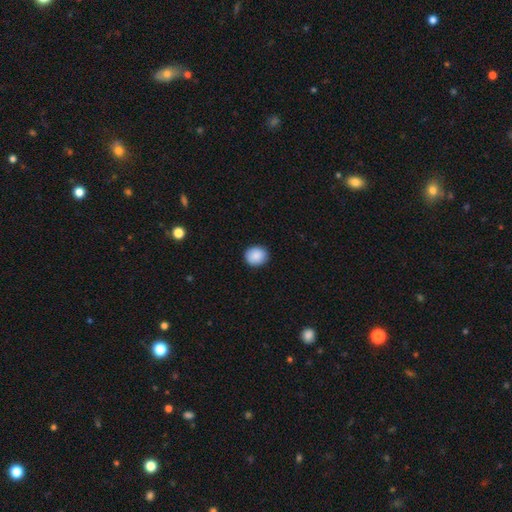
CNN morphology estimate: Q: Smooth or featured?
A: smooth (89%); runner-up: star or artifact (7%)
Q: How rounded?
A: round (79%); runner-up: in between (21%)
Q: Merging?
A: none (89%); runner-up: minor disturbance (8%)